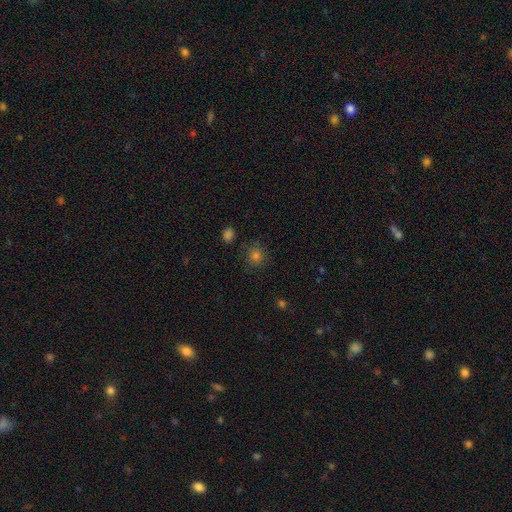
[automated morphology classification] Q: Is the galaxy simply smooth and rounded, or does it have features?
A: smooth — 77%.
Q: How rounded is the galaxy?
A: round — 90%.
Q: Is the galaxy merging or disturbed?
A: none — 84%.